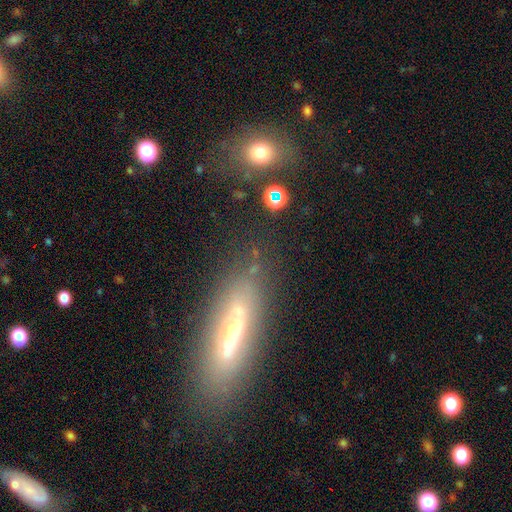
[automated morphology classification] Smooth or featured? featured or disk (50%)
Edge-on disk? yes (66%)
Merging? none (78%)